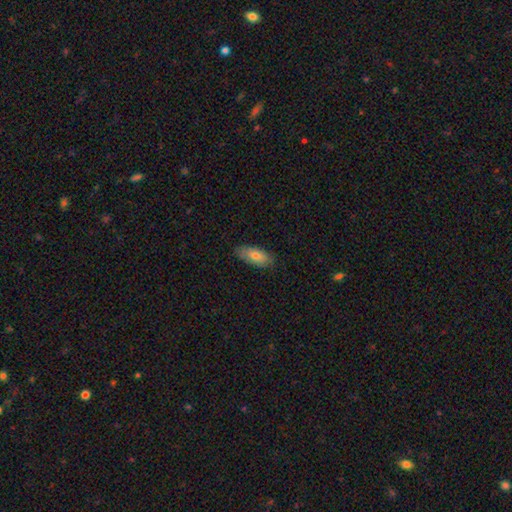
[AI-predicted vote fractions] A smooth galaxy with no disk features (75%) that is in between round and cigar-shaped (84%).

Vote fractions:
- Smooth or featured? smooth: 75% / featured or disk: 19% / star or artifact: 6%
- How rounded? in between: 84% / cigar-shaped: 14% / round: 2%
- Merging? none: 81% / minor disturbance: 15% / major disturbance: 3% / merger: 1%